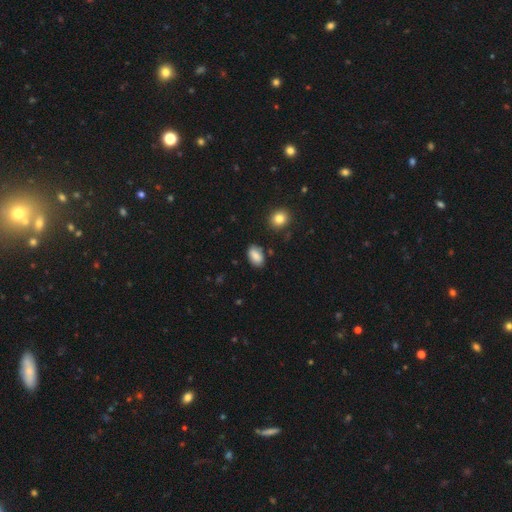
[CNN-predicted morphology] This appears to be a smooth galaxy with no disk features (85%) that is in between round and cigar-shaped (90%). Merging: none (81%).